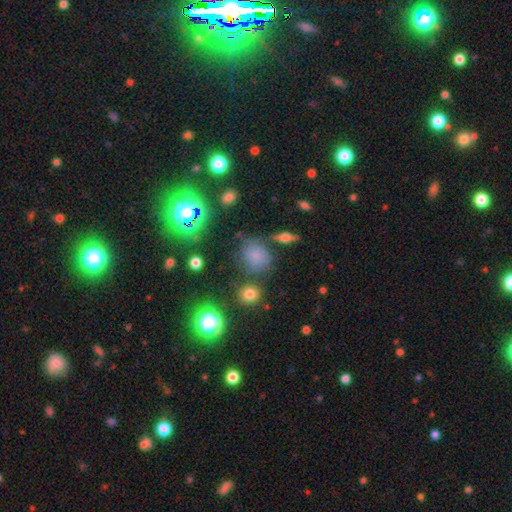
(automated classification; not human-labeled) Smooth or featured? Predicted: smooth (p=0.67). How rounded? Predicted: round (p=0.73). Merging? Predicted: none (p=0.65).